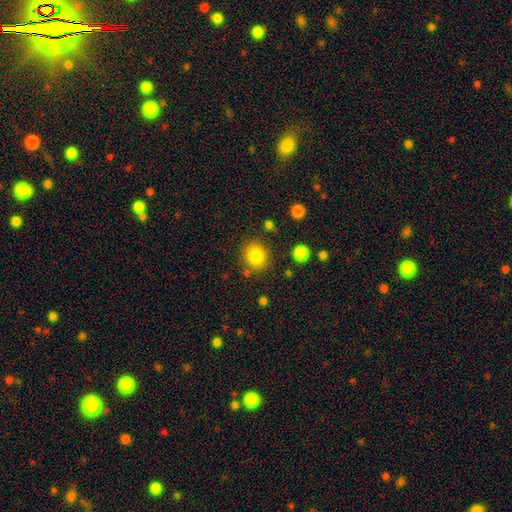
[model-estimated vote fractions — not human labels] The model was most divided on "how rounded": round: 80%, in between: 19%, cigar-shaped: 1%. More confident: merging — none (84%); smooth or featured — smooth (83%).